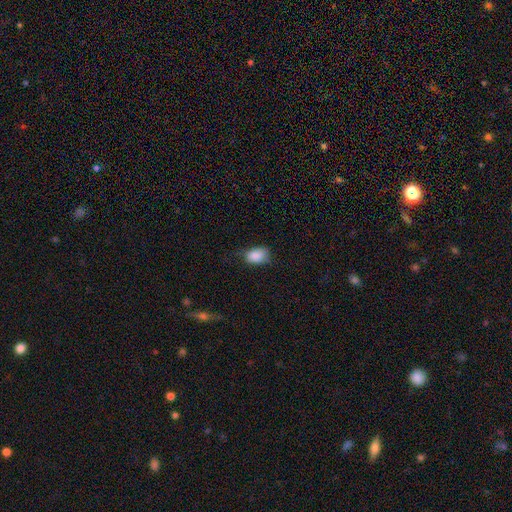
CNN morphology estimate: smooth 87%, star or artifact 8%, featured or disk 5%. Down the decision tree: how rounded — in between (83%); merging — none (56%).